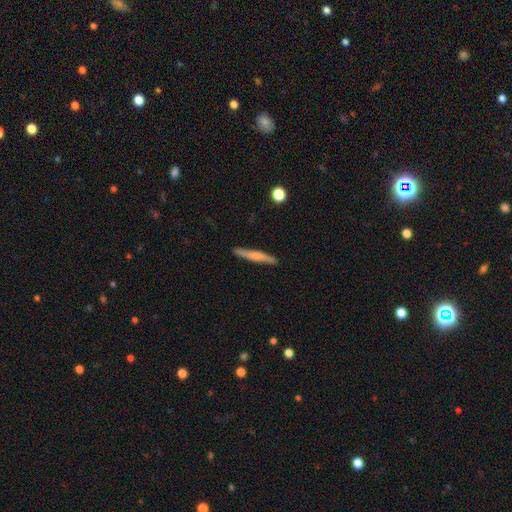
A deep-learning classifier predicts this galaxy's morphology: Smooth or featured? smooth (58%)
How rounded? cigar-shaped (95%)
Merging? none (89%)